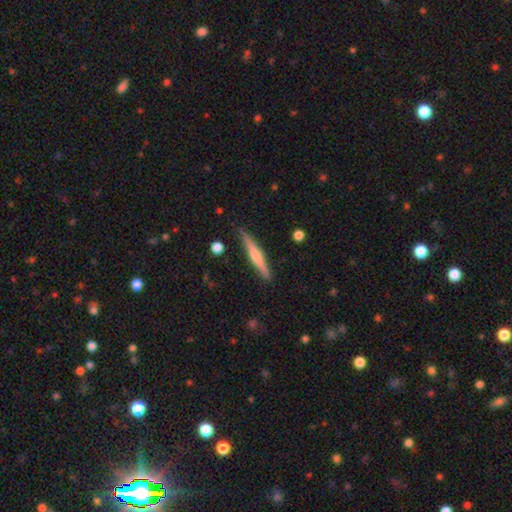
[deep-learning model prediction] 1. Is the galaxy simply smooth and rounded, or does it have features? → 58% featured or disk, 36% smooth, 6% star or artifact.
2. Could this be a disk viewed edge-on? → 97% yes, 3% no.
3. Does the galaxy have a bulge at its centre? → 66% rounded, 20% none, 14% boxy.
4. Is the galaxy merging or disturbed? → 88% none, 8% minor disturbance, 2% major disturbance, 1% merger.